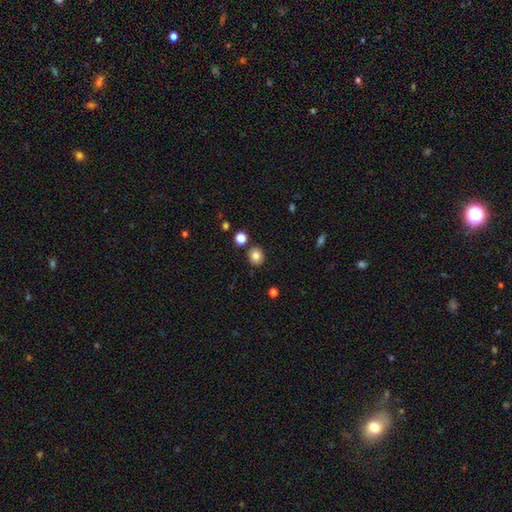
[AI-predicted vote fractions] Q: Smooth or featured?
A: smooth (81%); runner-up: star or artifact (11%)
Q: How rounded?
A: round (79%); runner-up: in between (21%)
Q: Merging?
A: none (86%); runner-up: minor disturbance (8%)